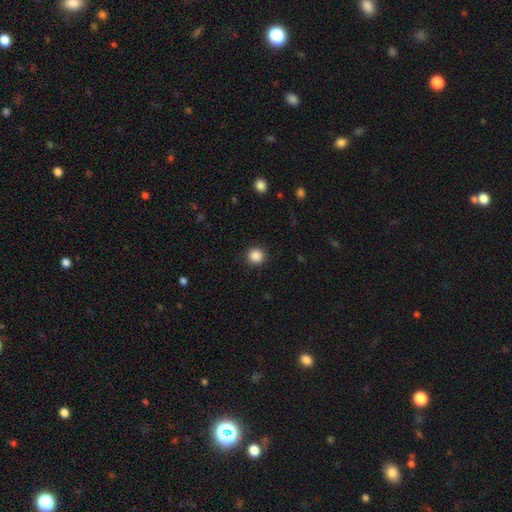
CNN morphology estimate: type=smooth (87%); roundness=round (93%); merging=none (91%).